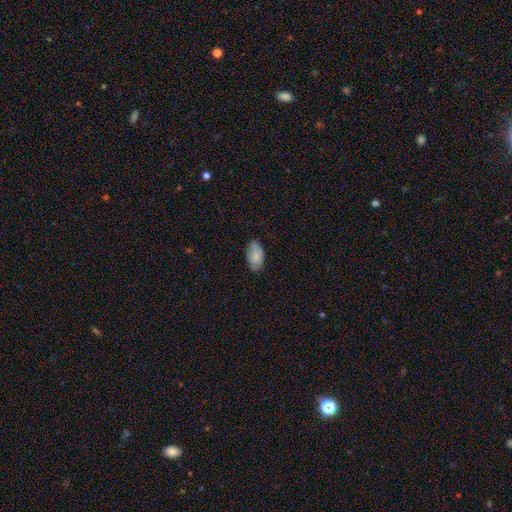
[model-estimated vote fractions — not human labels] Smooth or featured: smooth — 84% (featured or disk — 9%)
How rounded: in between — 95% (round — 3%)
Merging: none — 77% (minor disturbance — 19%)